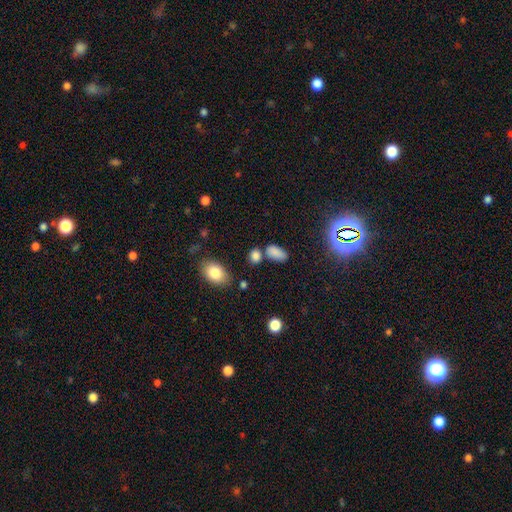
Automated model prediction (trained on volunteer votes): Q: Smooth or featured?
A: smooth (83%); runner-up: star or artifact (12%)
Q: How rounded?
A: in between (71%); runner-up: round (26%)
Q: Merging?
A: none (65%); runner-up: merger (17%)